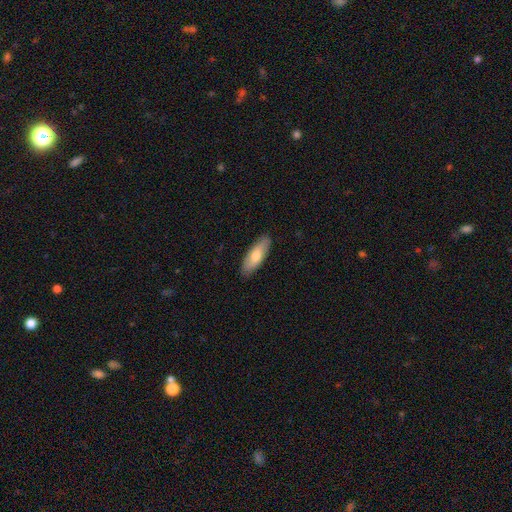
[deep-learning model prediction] Q: Smooth or featured?
A: smooth (71%); runner-up: featured or disk (24%)
Q: How rounded?
A: in between (64%); runner-up: cigar-shaped (34%)
Q: Merging?
A: none (88%); runner-up: minor disturbance (10%)